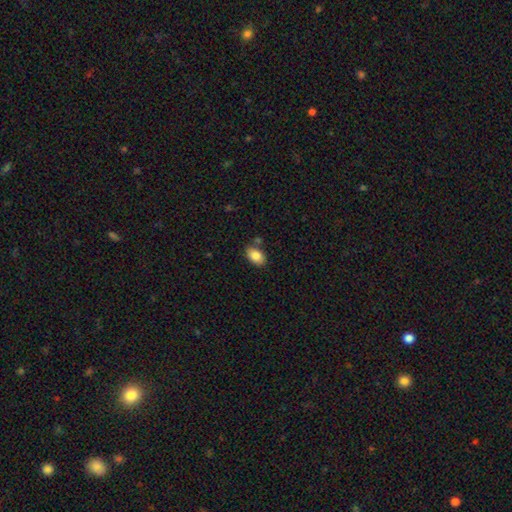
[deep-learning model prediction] Smooth or featured? smooth (86%)
How rounded? in between (87%)
Merging? none (78%)